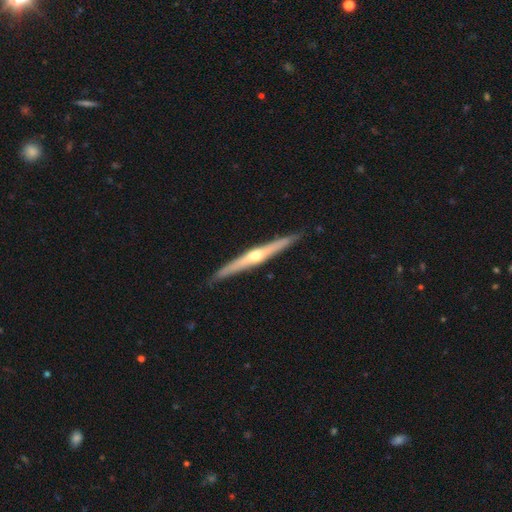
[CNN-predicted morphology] smooth_or_featured: featured or disk (p=0.75) [alt: smooth p=0.21]
disk_edge_on: yes (p=0.97) [alt: no p=0.03]
edge_on_bulge: rounded (p=0.86) [alt: none p=0.10]
merging: none (p=0.91) [alt: minor disturbance p=0.07]